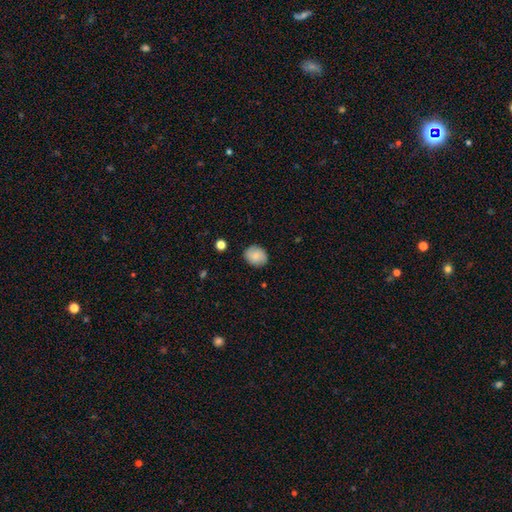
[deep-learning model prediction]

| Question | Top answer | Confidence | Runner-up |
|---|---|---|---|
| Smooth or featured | smooth | 79% | featured or disk (13%) |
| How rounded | round | 60% | in between (39%) |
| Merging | none | 85% | minor disturbance (11%) |